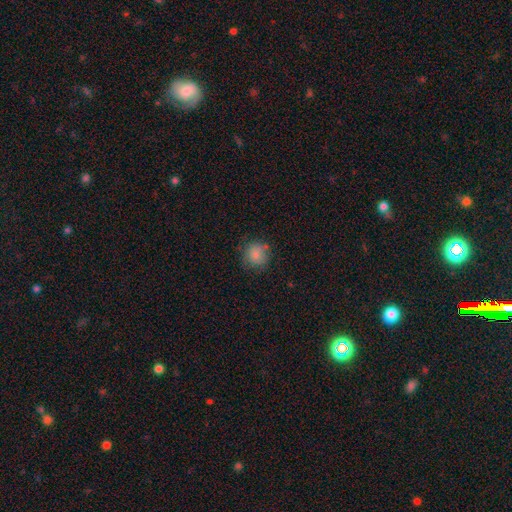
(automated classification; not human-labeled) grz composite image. It shows a smooth galaxy with no disk features (83%) that is round (87%). Merging: none (73%).